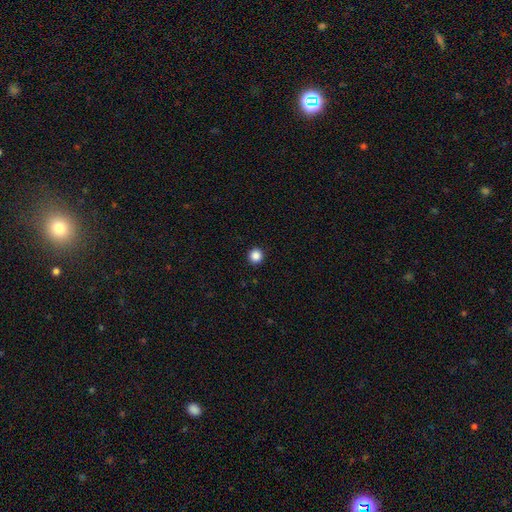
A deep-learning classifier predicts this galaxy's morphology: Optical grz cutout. It shows a smooth galaxy with no disk features (87%) that is round (96%). Merging: none (94%).